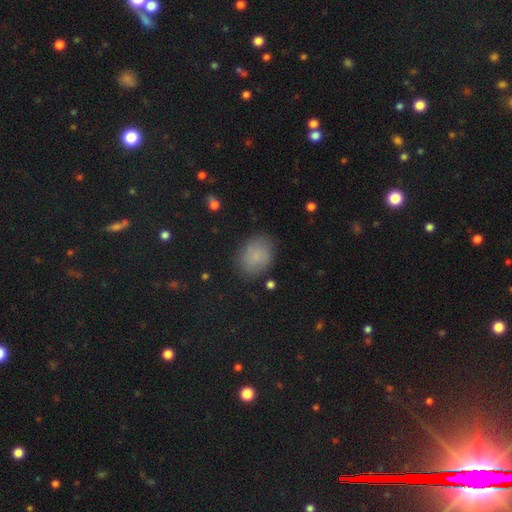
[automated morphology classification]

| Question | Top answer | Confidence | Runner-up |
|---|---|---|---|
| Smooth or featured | smooth | 77% | featured or disk (12%) |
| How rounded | in between | 66% | round (33%) |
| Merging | none | 80% | minor disturbance (15%) |